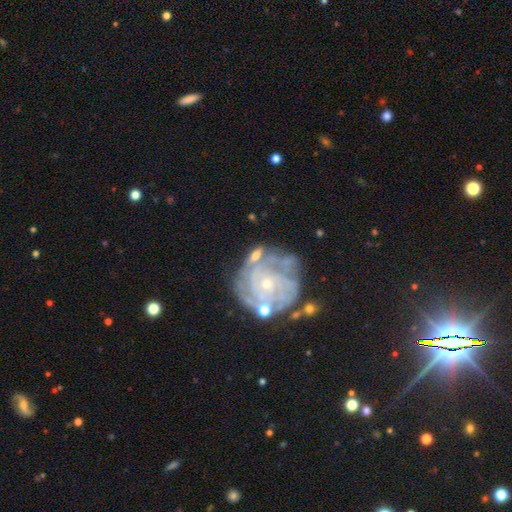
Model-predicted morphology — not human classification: Smooth or featured: featured or disk — 79% (smooth — 14%)
Edge-on disk: no — 96% (yes — 4%)
Bar: no — 75% (weak — 19%)
Spiral arms: yes — 89% (no — 11%)
Spiral winding: tight — 68% (medium — 25%)
Spiral arm count: can't tell — 27% (4 — 24%)
Bulge size: small — 69% (moderate — 25%)
Merging: none — 51% (minor disturbance — 21%)